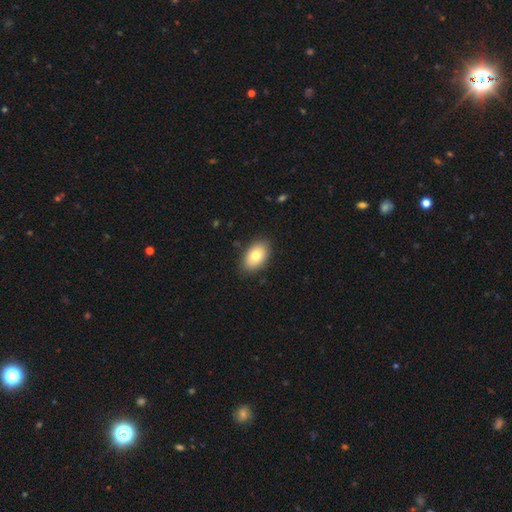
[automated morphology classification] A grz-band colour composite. It shows a smooth galaxy with no disk features (78%) that is in between round and cigar-shaped (91%). Merging: none (85%).